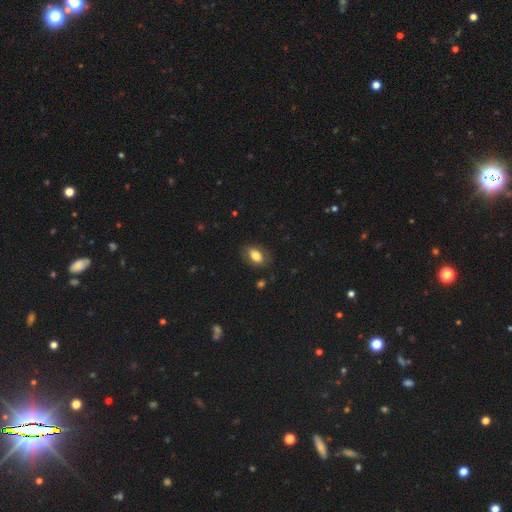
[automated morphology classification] A smooth galaxy with no disk features (76%) that is in between round and cigar-shaped (87%).

Vote fractions:
- Smooth or featured? smooth: 76% / featured or disk: 16% / star or artifact: 8%
- How rounded? in between: 87% / round: 11% / cigar-shaped: 2%
- Merging? none: 81% / minor disturbance: 13% / major disturbance: 4% / merger: 1%